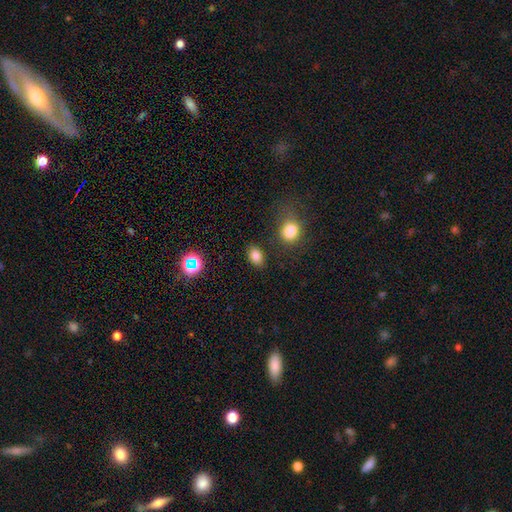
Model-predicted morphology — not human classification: Overall: smooth (80%). How rounded: in between (81%). Merging: none (82%).